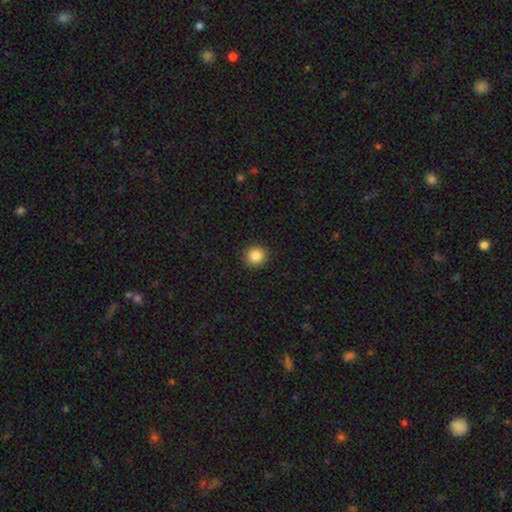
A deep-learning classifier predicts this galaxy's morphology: The model was most divided on "smooth or featured": smooth: 86%, star or artifact: 10%, featured or disk: 4%. More confident: merging — none (92%); how rounded — round (90%).